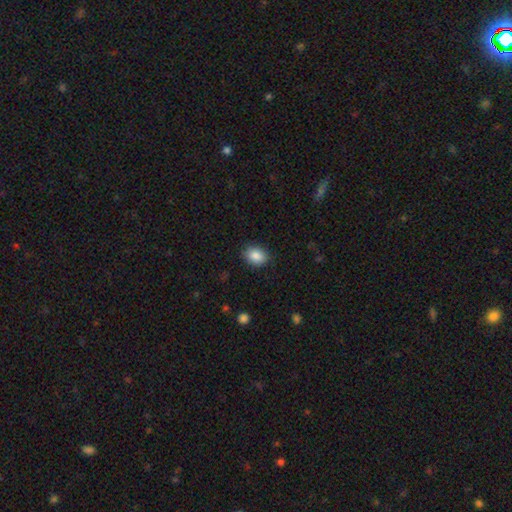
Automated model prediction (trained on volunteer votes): This is clearly a smooth galaxy (87%). How rounded: likely in between (65%). Merging: clearly none (86%).